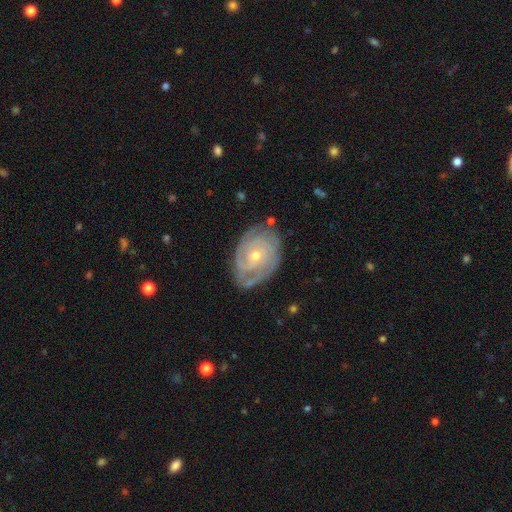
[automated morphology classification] smooth_or_featured: featured or disk (p=0.88) [alt: smooth p=0.06]
disk_edge_on: no (p=0.97) [alt: yes p=0.03]
bar: no (p=0.67) [alt: weak p=0.26]
has_spiral_arms: yes (p=0.97) [alt: no p=0.03]
spiral_winding: tight (p=0.77) [alt: medium p=0.20]
spiral_arm_count: 2 (p=0.36) [alt: 3 p=0.27]
bulge_size: small (p=0.60) [alt: moderate p=0.38]
merging: none (p=0.76) [alt: minor disturbance p=0.18]